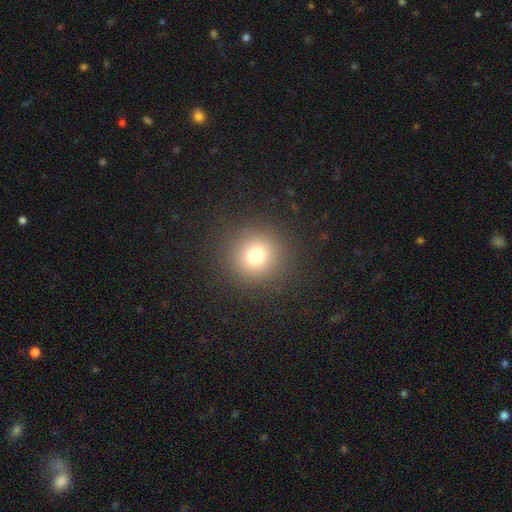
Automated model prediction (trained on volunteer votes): This is likely a smooth galaxy (73%). How rounded: clearly round (95%). Merging: clearly none (90%).